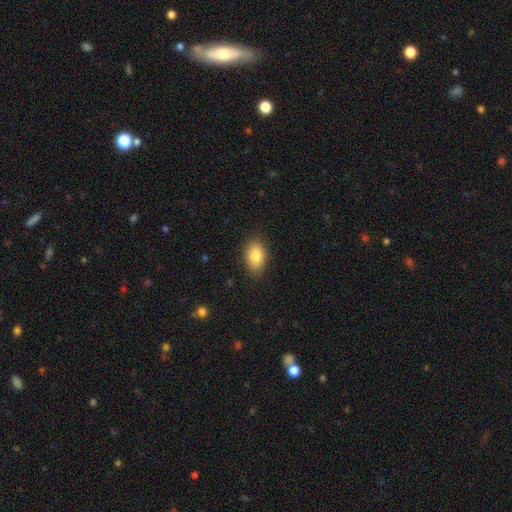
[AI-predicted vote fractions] Smooth or featured? smooth (84%)
How rounded? in between (87%)
Merging? none (87%)